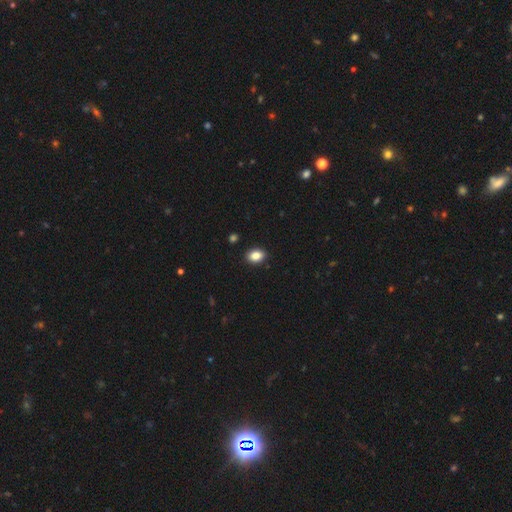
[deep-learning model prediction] Q: Smooth or featured?
A: smooth (87%); runner-up: star or artifact (8%)
Q: How rounded?
A: in between (74%); runner-up: round (25%)
Q: Merging?
A: none (90%); runner-up: minor disturbance (7%)